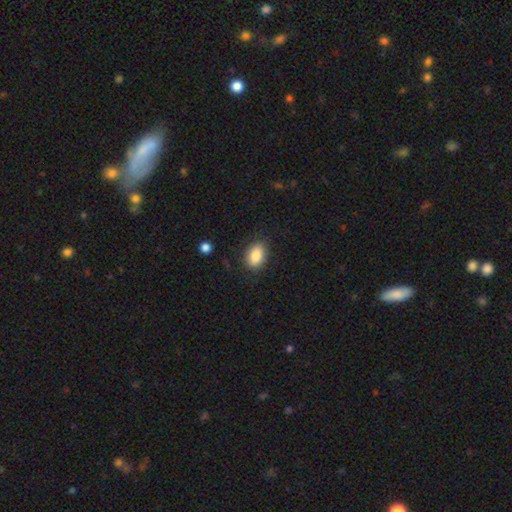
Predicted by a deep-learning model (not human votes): A smooth galaxy with no disk features (86%) that is in between round and cigar-shaped (86%). Merging: none (83%).